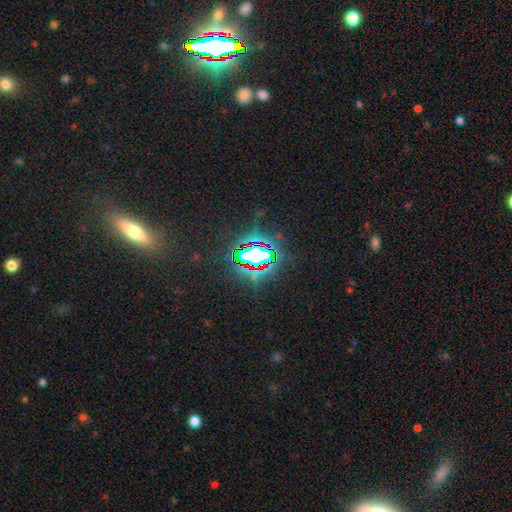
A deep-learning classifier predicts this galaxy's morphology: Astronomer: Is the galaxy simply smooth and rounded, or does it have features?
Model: star or artifact — 74%.